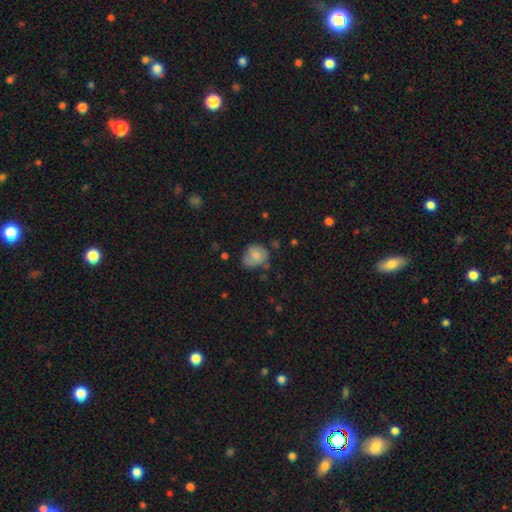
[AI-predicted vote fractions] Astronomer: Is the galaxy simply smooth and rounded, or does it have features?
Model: smooth — 74%.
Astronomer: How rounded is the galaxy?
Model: round — 59% (runner-up: in between, 40%).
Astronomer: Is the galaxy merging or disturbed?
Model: none — 52% (runner-up: minor disturbance, 33%).